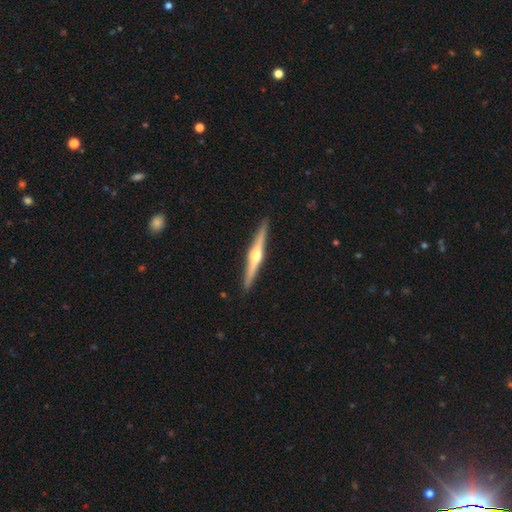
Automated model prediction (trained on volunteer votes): Smooth or featured?
  - featured or disk: 78% *
  - smooth: 18%
  - star or artifact: 4%
Edge-on disk?
  - yes: 98% *
  - no: 2%
Edge-on bulge?
  - rounded: 93% *
  - boxy: 4%
  - none: 3%
Merging?
  - none: 92% *
  - minor disturbance: 6%
  - major disturbance: 1%
  - merger: 1%